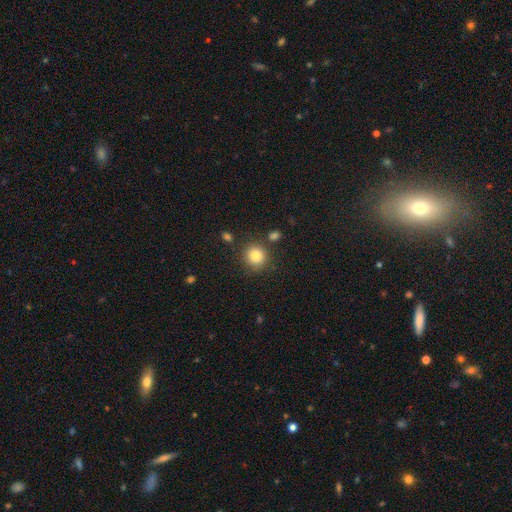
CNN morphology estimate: Q: Smooth or featured?
A: smooth (83%); runner-up: star or artifact (10%)
Q: How rounded?
A: round (91%); runner-up: in between (9%)
Q: Merging?
A: none (81%); runner-up: minor disturbance (10%)